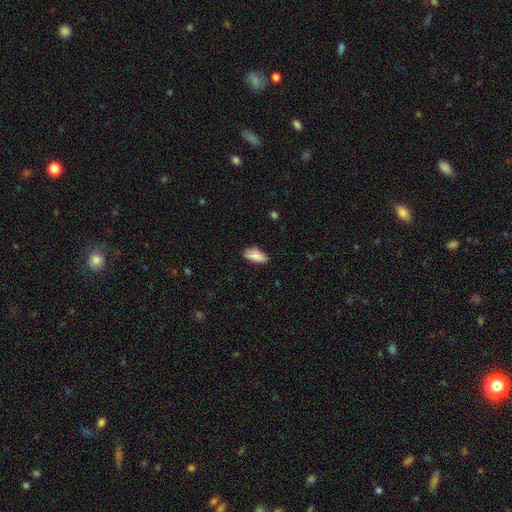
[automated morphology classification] type=smooth (88%); roundness=in between (90%); merging=none (81%).